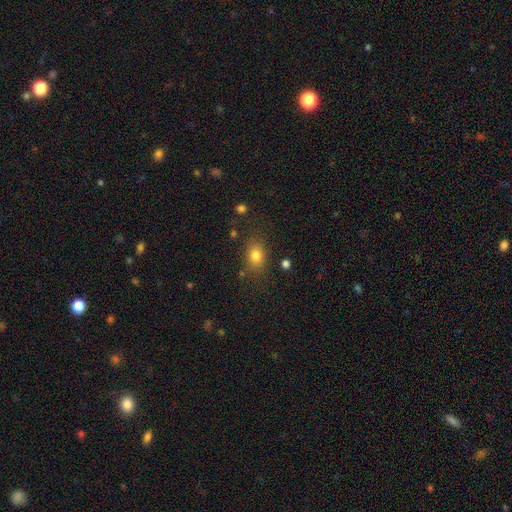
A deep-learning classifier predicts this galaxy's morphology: type=smooth (79%); roundness=in between (66%); merging=none (78%).